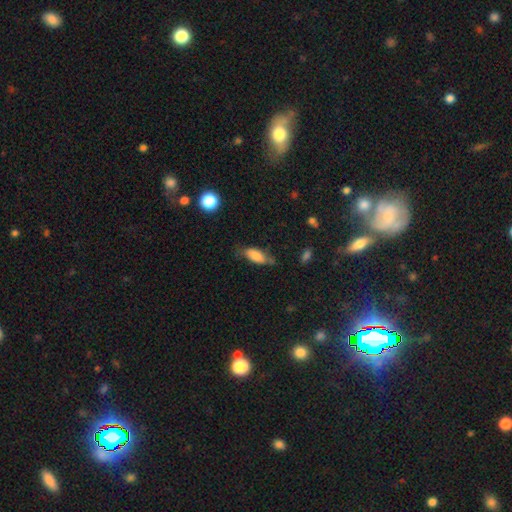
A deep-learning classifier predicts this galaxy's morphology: The model was most divided on "merging": none: 53%, minor disturbance: 33%, major disturbance: 10%, merger: 4%. More confident: how rounded — in between (80%); smooth or featured — smooth (79%).